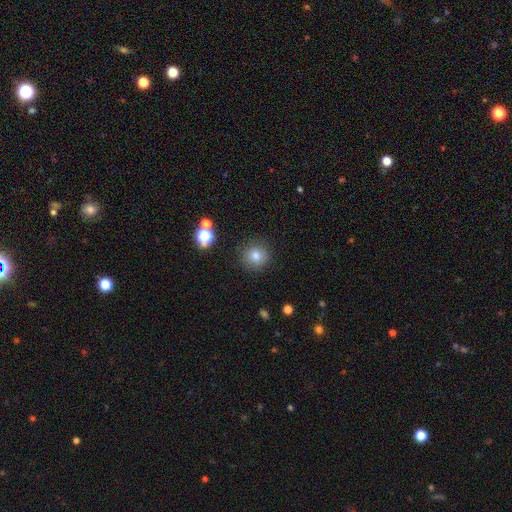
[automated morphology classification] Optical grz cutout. It shows a smooth galaxy with no disk features (79%) that is round (92%). Merging: none (87%).